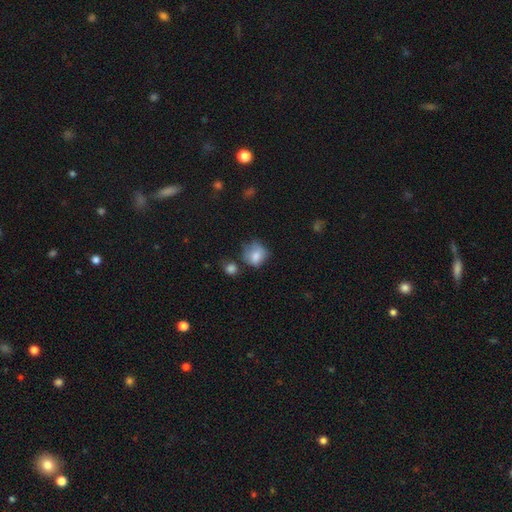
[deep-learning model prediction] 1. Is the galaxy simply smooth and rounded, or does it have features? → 77% smooth, 13% featured or disk, 10% star or artifact.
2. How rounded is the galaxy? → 67% round, 32% in between, 1% cigar-shaped.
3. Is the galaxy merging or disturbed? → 50% none, 30% minor disturbance, 12% major disturbance, 8% merger.